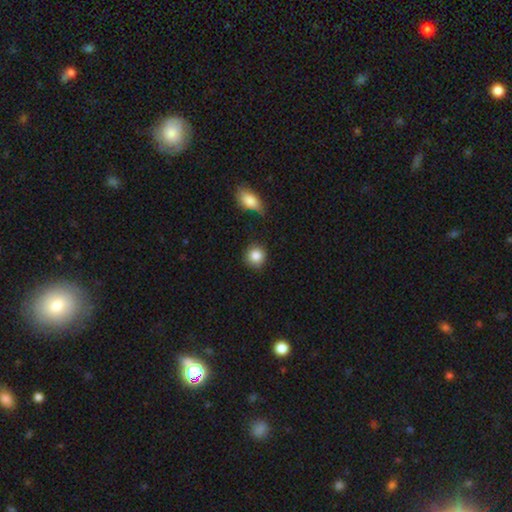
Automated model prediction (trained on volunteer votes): Smooth or featured? Predicted: smooth (p=0.86). How rounded? Predicted: round (p=0.89). Merging? Predicted: none (p=0.81).